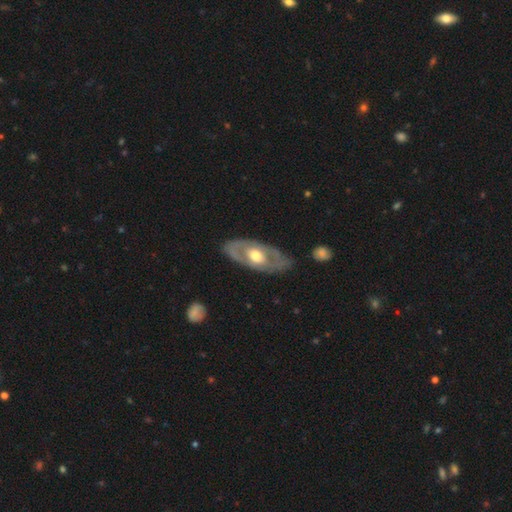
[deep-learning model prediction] smooth-or-featured: featured or disk: 67% | smooth: 29% | star or artifact: 4%
  disk-edge-on: no: 85% | yes: 15%
    bar: no: 78% | weak: 16% | strong: 5%
    has-spiral-arms: no: 67% | yes: 33%
    bulge-size: moderate: 71% | large: 19% | small: 8% | dominant: 1% | none: 1%
  merging: none: 78% | minor disturbance: 16% | major disturbance: 5% | merger: 2%